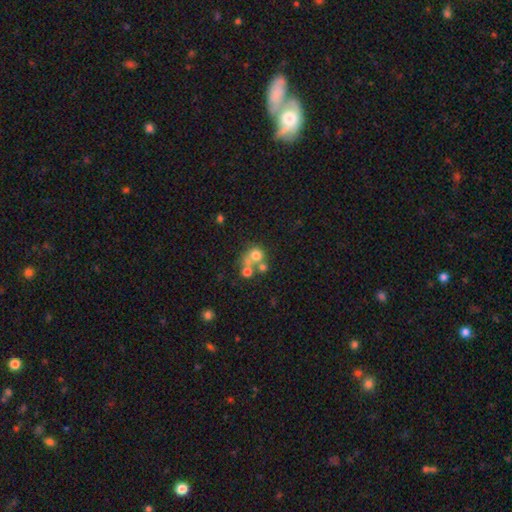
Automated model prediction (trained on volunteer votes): This appears to be a smooth galaxy with no disk features (64%) that is round (82%). Merging: merger (50%).